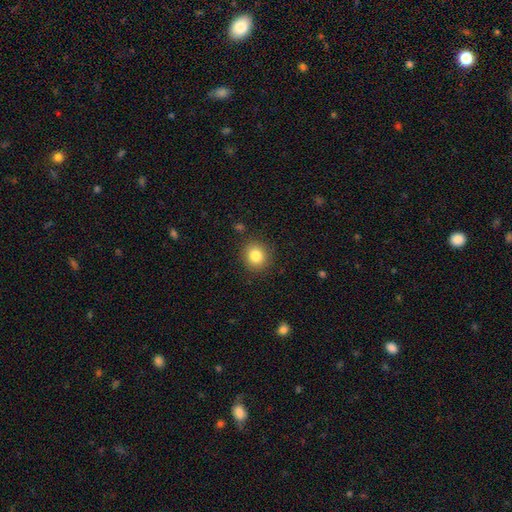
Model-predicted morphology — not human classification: Smooth or featured? Predicted: smooth (p=0.83). How rounded? Predicted: round (p=0.83). Merging? Predicted: none (p=0.88).